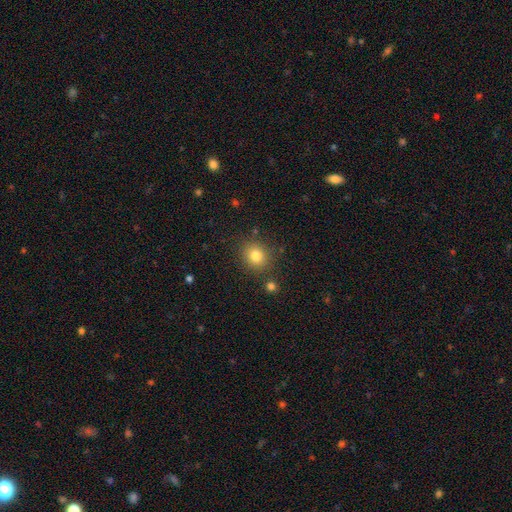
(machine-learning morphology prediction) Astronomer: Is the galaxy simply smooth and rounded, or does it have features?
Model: smooth — 81%.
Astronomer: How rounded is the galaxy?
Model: round — 76%.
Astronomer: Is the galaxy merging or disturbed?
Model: none — 84%.